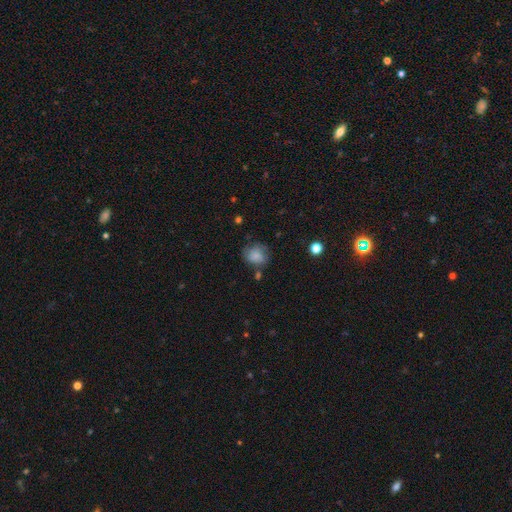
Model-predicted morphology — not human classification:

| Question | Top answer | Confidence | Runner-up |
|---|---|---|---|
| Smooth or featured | smooth | 78% | featured or disk (13%) |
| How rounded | round | 68% | in between (31%) |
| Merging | none | 59% | minor disturbance (24%) |